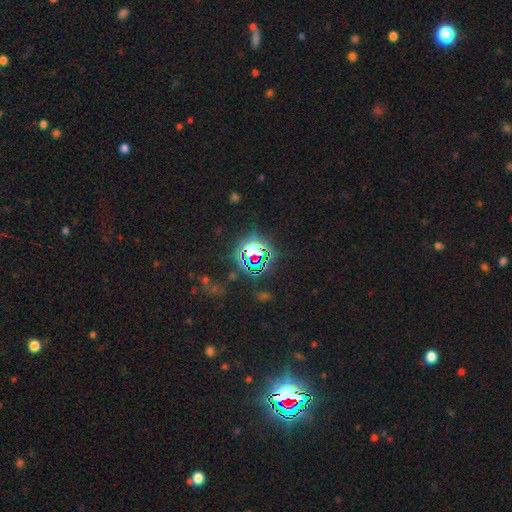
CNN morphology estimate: This is likely a star or artifact rather than a galaxy (76%).